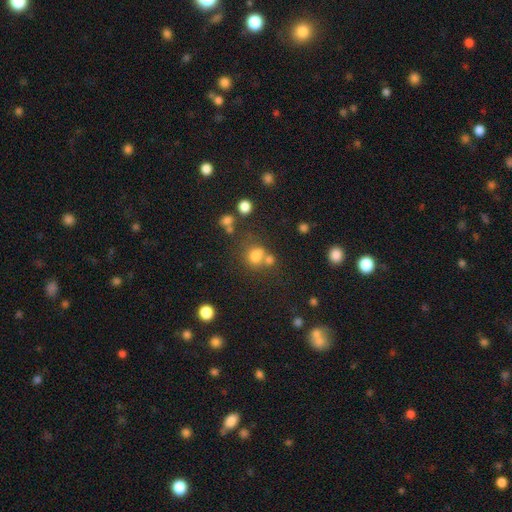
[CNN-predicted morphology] This appears to be a smooth galaxy with no disk features (72%) that is round (69%). Merging: none (43%).